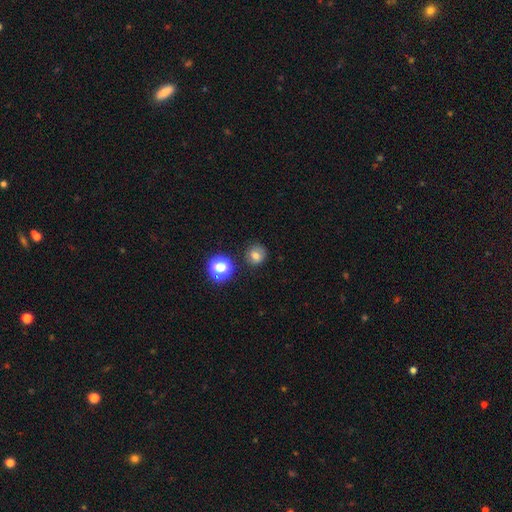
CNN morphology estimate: smooth-or-featured: smooth: 74% | star or artifact: 16% | featured or disk: 10%
  how-rounded: round: 86% | in between: 13% | cigar-shaped: 1%
  merging: none: 83% | minor disturbance: 10% | merger: 4% | major disturbance: 3%